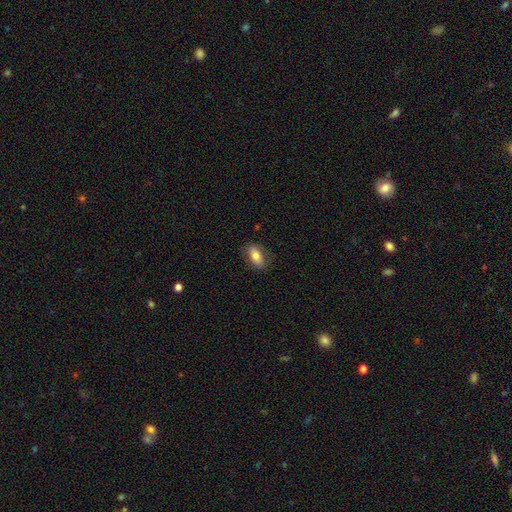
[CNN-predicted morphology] The model was most divided on "smooth or featured": smooth: 74%, featured or disk: 19%, star or artifact: 7%. More confident: how rounded — in between (89%); merging — none (82%).